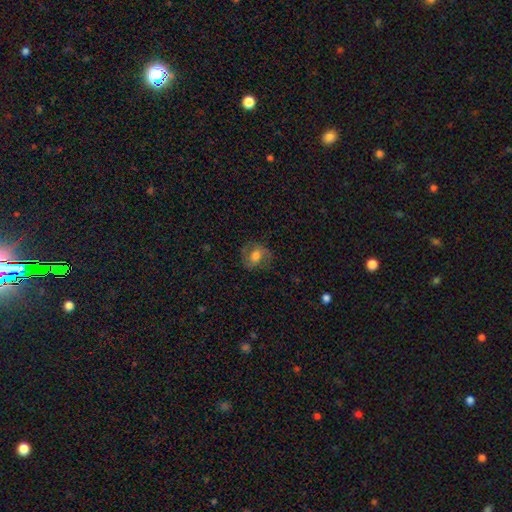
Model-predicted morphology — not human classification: Smooth or featured: smooth — 55% (featured or disk — 35%)
How rounded: round — 62% (in between — 37%)
Merging: none — 71% (minor disturbance — 19%)